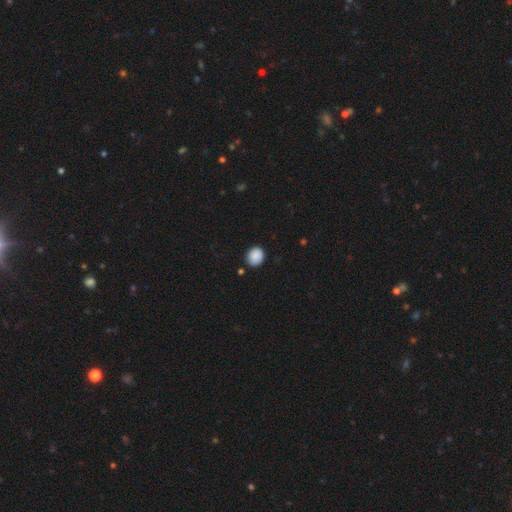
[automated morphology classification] Smooth or featured? Predicted: smooth (p=0.88). How rounded? Predicted: round (p=0.80). Merging? Predicted: none (p=0.87).